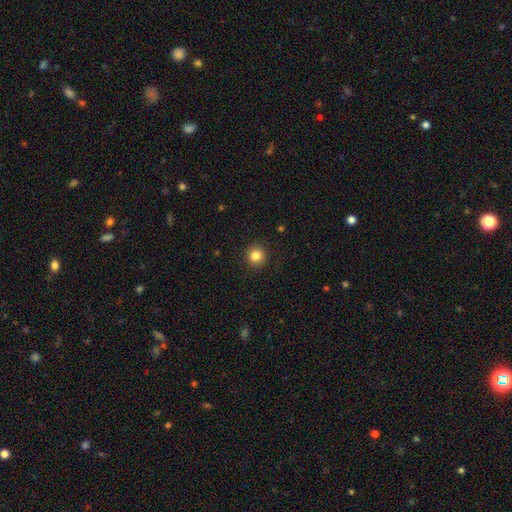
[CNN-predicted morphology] A smooth galaxy with no disk features (84%) that is round (94%). Merging: none (92%).